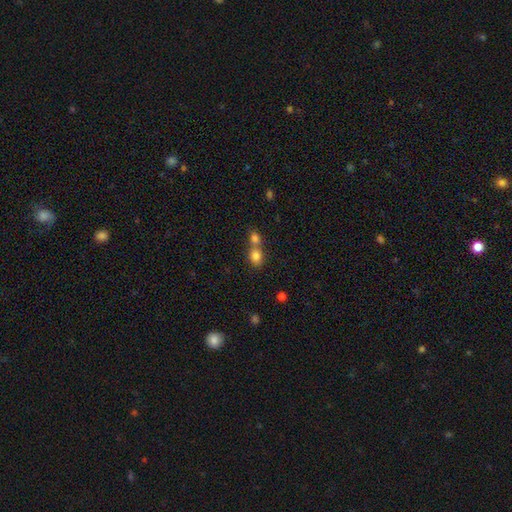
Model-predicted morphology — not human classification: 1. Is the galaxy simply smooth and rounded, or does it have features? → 81% smooth, 11% star or artifact, 8% featured or disk.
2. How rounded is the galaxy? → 50% in between, 48% round, 1% cigar-shaped.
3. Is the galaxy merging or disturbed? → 54% merger, 36% none, 7% minor disturbance, 3% major disturbance.